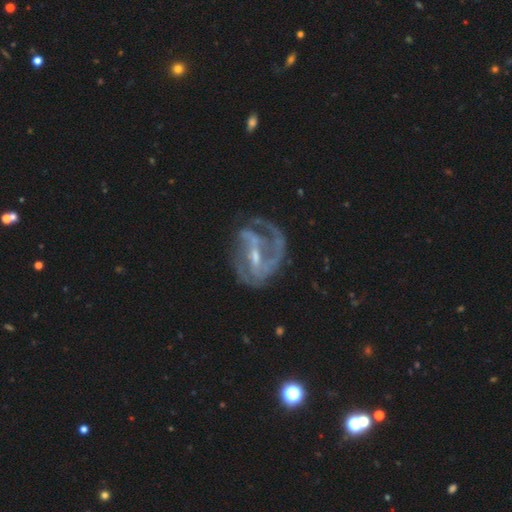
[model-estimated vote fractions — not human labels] Overall: featured or disk (87%). Edge-on disk: no (97%). Bar: strong (44%; weak 42%). Spiral arms: yes (93%). Spiral arm count: 2 (46%; can't tell 17%). Spiral winding: medium (46%; tight 34%). Bulge size: small (58%; moderate 32%). Merging: none (50%; major disturbance 27%).